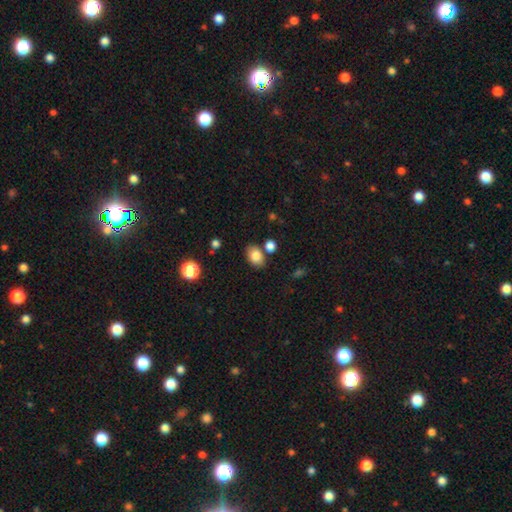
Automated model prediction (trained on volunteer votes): Smooth or featured? Predicted: smooth (p=0.83). How rounded? Predicted: in between (p=0.80). Merging? Predicted: none (p=0.74).